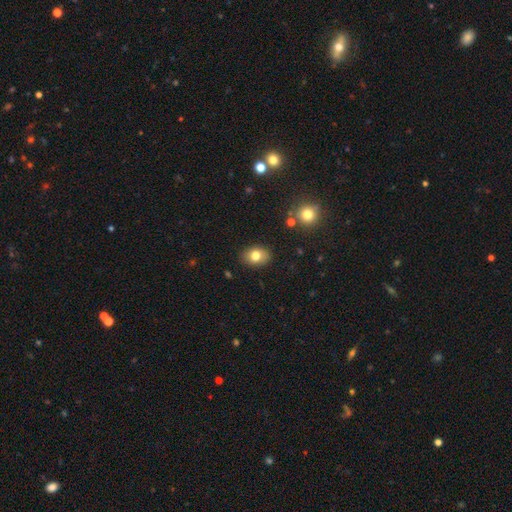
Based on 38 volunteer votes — A smooth galaxy with no disk features (82%) that is in between round and cigar-shaped (77%). Merging: none (77%).